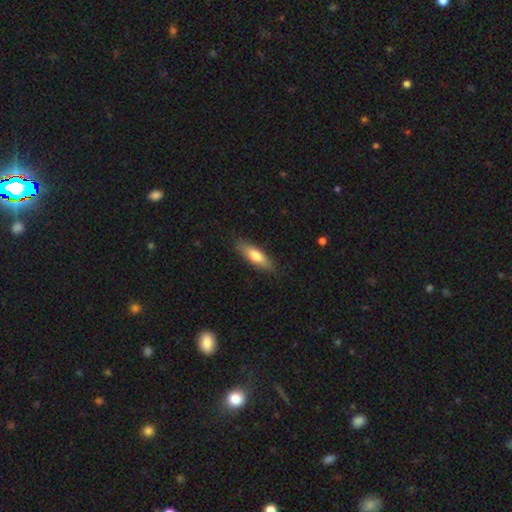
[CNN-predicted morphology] A smooth galaxy with no disk features (74%) that is cigar-shaped (53%).

Vote fractions:
- Smooth or featured? smooth: 74% / featured or disk: 20% / star or artifact: 6%
- How rounded? cigar-shaped: 53% / in between: 46% / round: 2%
- Merging? none: 85% / minor disturbance: 12% / major disturbance: 3% / merger: 1%